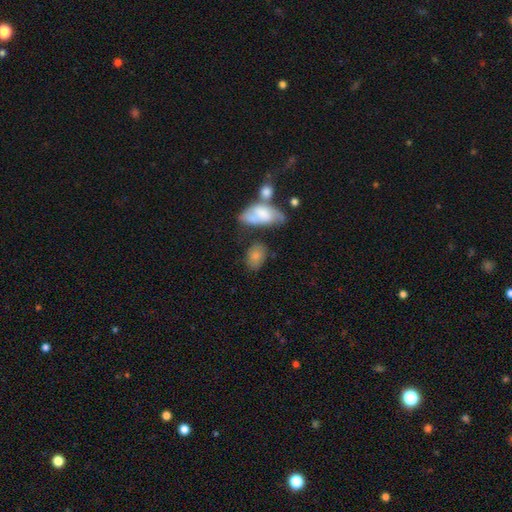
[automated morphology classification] Smooth or featured?
  - smooth: 78% *
  - featured or disk: 15%
  - star or artifact: 8%
How rounded?
  - in between: 84% *
  - round: 14%
  - cigar-shaped: 2%
Merging?
  - none: 59% *
  - minor disturbance: 20%
  - merger: 13%
  - major disturbance: 8%